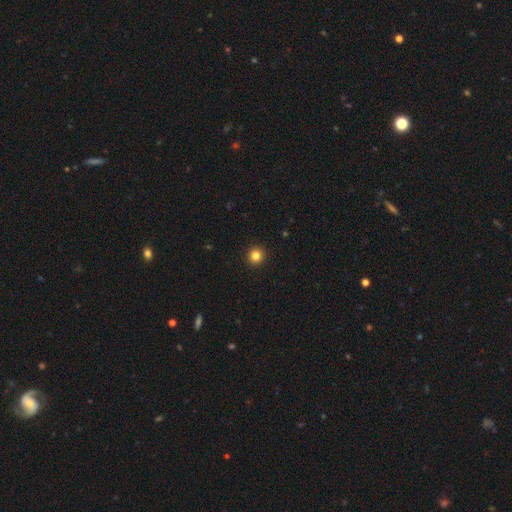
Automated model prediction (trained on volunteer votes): Q: Smooth or featured?
A: smooth (83%); runner-up: star or artifact (12%)
Q: How rounded?
A: round (95%); runner-up: in between (4%)
Q: Merging?
A: none (94%); runner-up: minor disturbance (4%)